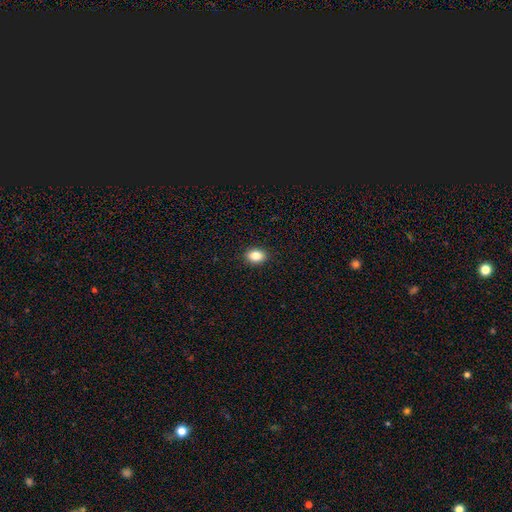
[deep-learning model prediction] smooth 84%, star or artifact 9%, featured or disk 7%. Down the decision tree: how rounded — in between (71%); merging — none (91%).